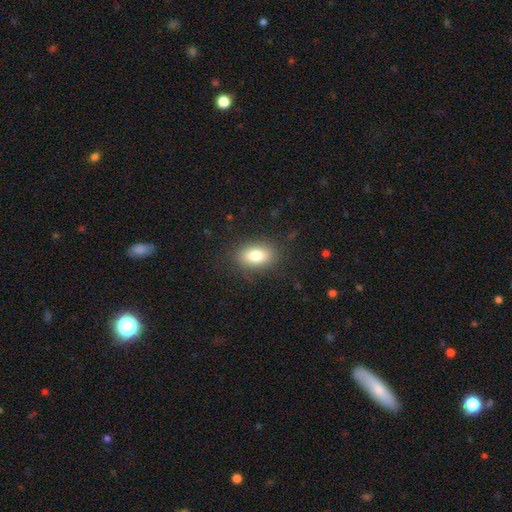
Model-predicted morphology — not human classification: Overall: smooth (80%). How rounded: in between (86%). Merging: none (83%).